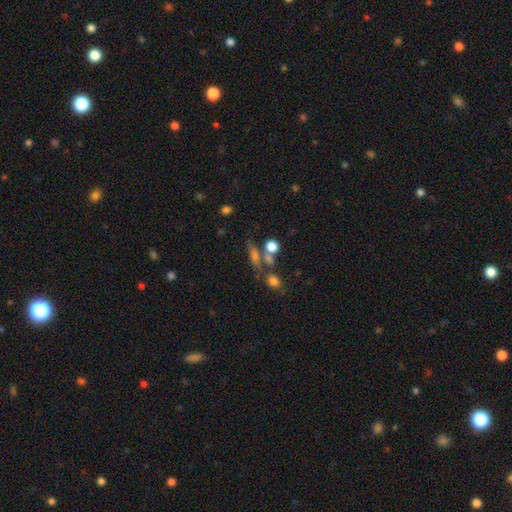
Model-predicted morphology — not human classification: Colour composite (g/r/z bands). It shows a smooth galaxy with no disk features (46%). Merging: none (56%).